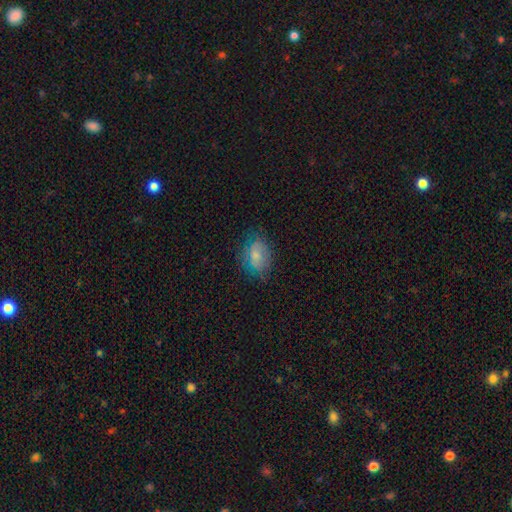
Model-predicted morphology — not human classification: Smooth or featured? Predicted: smooth (p=0.66). How rounded? Predicted: in between (p=0.73). Merging? Predicted: none (p=0.71).